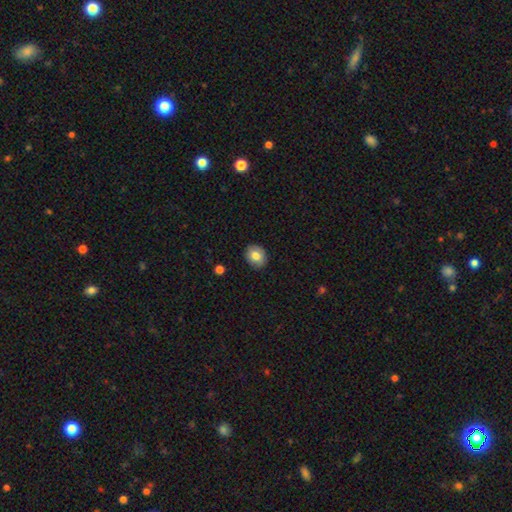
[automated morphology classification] Smooth or featured: smooth — 79% (featured or disk — 13%)
How rounded: round — 60% (in between — 39%)
Merging: none — 89% (minor disturbance — 8%)